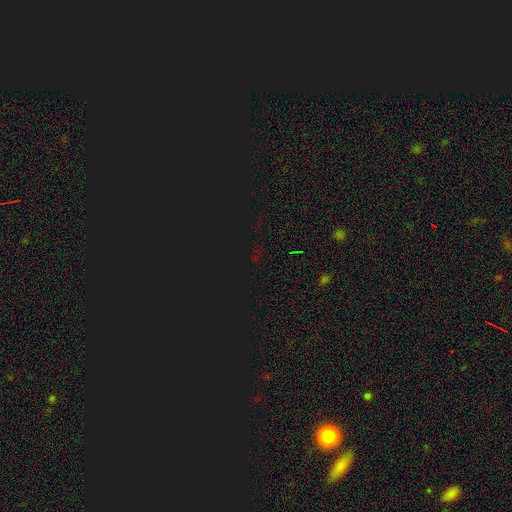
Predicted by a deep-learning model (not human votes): Morphology: type=star or artifact (81%).